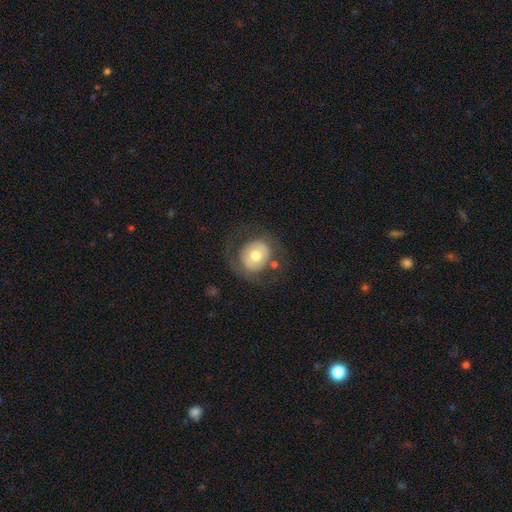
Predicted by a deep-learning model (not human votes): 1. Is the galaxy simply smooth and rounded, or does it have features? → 55% smooth, 37% featured or disk, 8% star or artifact.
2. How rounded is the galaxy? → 82% round, 17% in between, 1% cigar-shaped.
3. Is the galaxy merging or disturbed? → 68% none, 15% minor disturbance, 14% major disturbance, 3% merger.